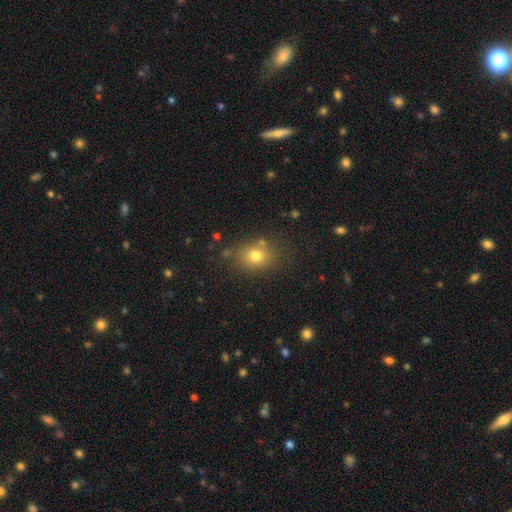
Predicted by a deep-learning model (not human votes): smooth 75%, star or artifact 14%, featured or disk 11%. Down the decision tree: how rounded — round (50%); merging — none (77%).